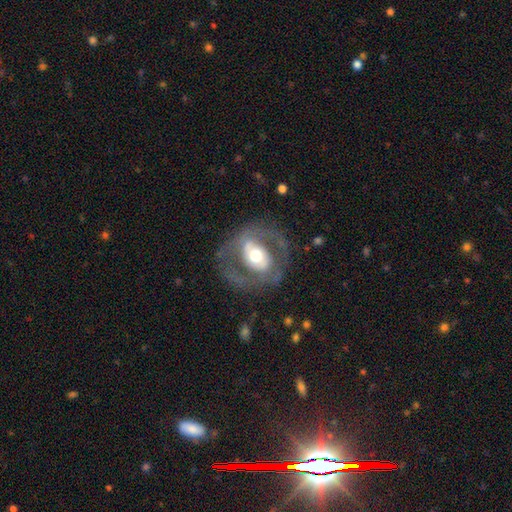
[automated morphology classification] featured or disk 73%, smooth 21%, star or artifact 6%. Down the decision tree: edge-on disk — no (95%); bar — no (43%); spiral arms — yes (59%); bulge size — moderate (61%); merging — none (70%).